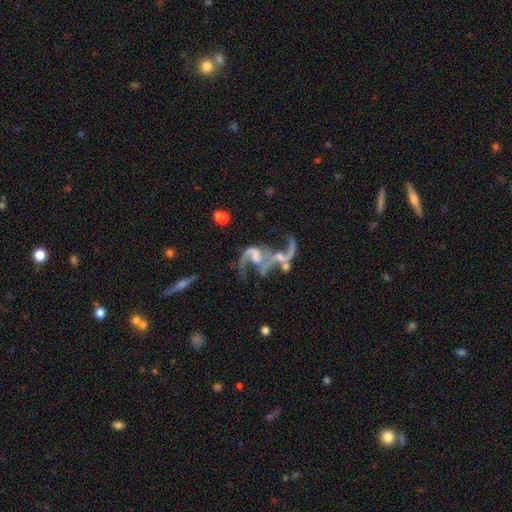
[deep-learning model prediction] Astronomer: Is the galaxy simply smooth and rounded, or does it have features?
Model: featured or disk — 79%.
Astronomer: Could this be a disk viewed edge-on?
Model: no — 97%.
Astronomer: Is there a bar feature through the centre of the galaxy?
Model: no — 52% (runner-up: weak, 34%).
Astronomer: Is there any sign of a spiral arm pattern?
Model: yes — 78%.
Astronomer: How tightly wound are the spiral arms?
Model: loose — 73%.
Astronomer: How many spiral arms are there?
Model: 2 — 56%.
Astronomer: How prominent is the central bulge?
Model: none — 40% (runner-up: moderate, 28%).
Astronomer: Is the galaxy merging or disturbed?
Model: merger — 44% (runner-up: major disturbance, 31%).